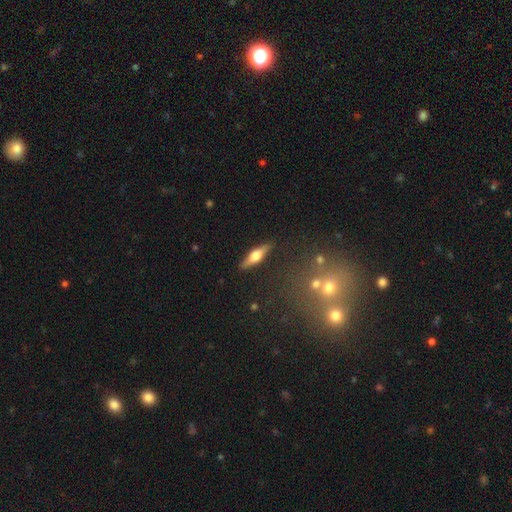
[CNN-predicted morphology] This appears to be a featured or disk galaxy (53%) viewed edge-on (94%). Merging: none (89%).